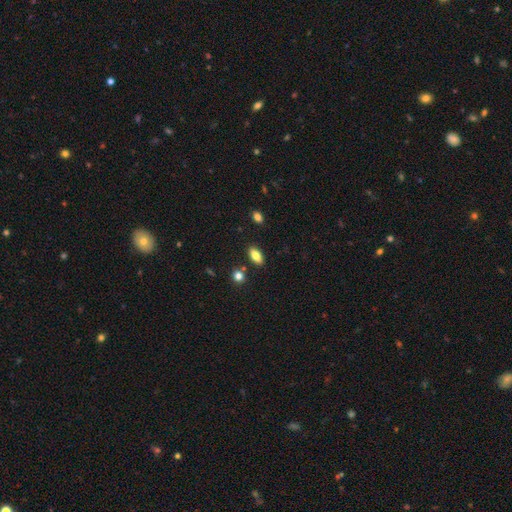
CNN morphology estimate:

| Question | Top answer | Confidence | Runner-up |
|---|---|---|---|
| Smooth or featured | smooth | 80% | featured or disk (11%) |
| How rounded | in between | 86% | cigar-shaped (10%) |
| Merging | none | 85% | minor disturbance (9%) |